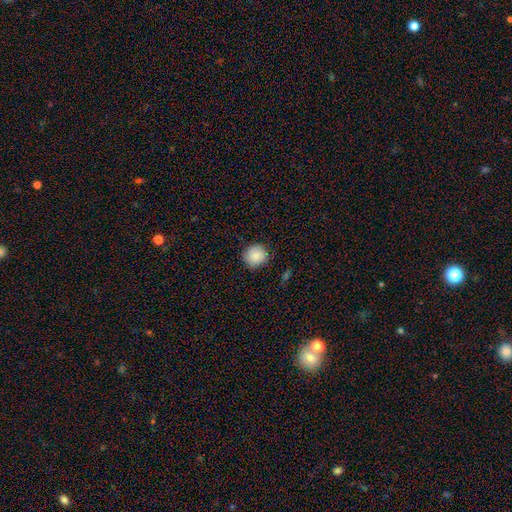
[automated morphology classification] Q: Smooth or featured?
A: smooth (88%); runner-up: star or artifact (8%)
Q: How rounded?
A: round (90%); runner-up: in between (9%)
Q: Merging?
A: none (86%); runner-up: minor disturbance (11%)